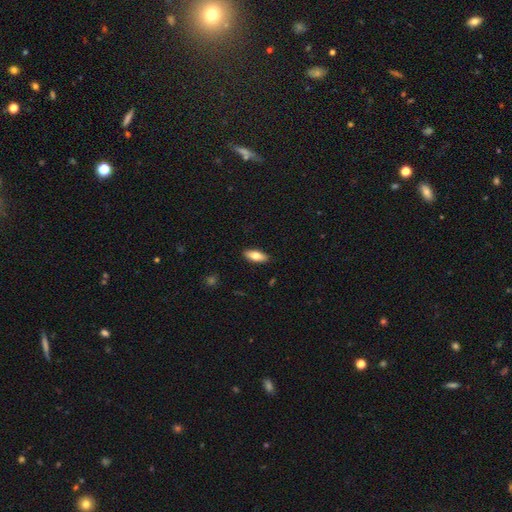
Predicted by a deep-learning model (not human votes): smooth-or-featured: smooth: 74% | featured or disk: 20% | star or artifact: 6%
  how-rounded: in between: 73% | cigar-shaped: 24% | round: 2%
  merging: none: 89% | minor disturbance: 8% | major disturbance: 2% | merger: 1%